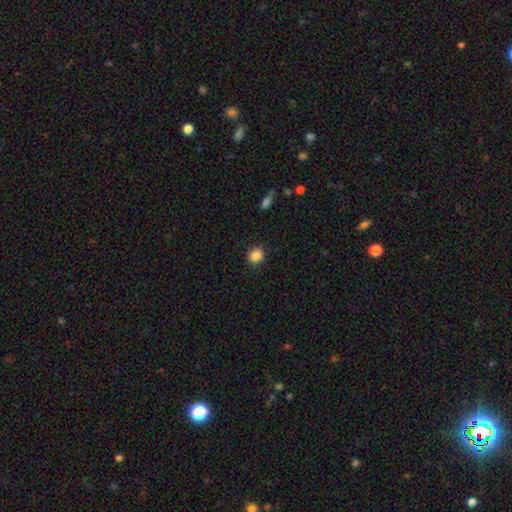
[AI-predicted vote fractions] The model was most divided on "how rounded": round: 81%, in between: 18%, cigar-shaped: 1%. More confident: merging — none (88%); smooth or featured — smooth (87%).